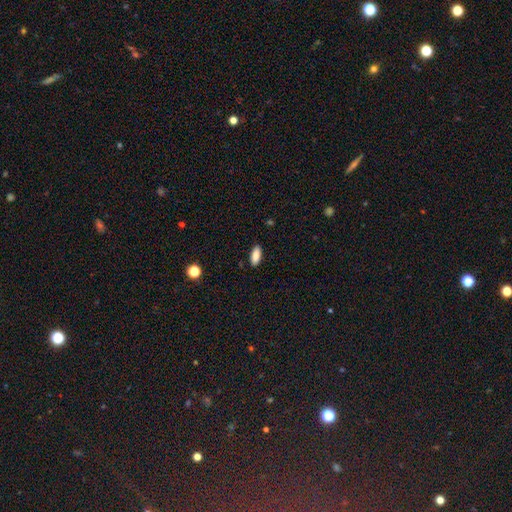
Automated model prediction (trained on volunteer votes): This appears to be a smooth galaxy with no disk features (86%) that is in between round and cigar-shaped (81%). Merging: none (88%).